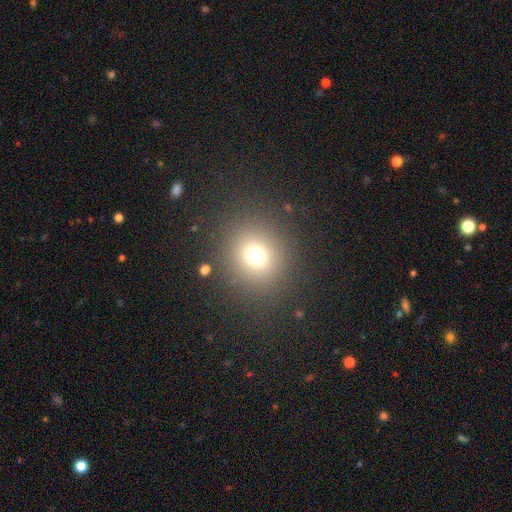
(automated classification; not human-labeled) Q: Smooth or featured?
A: smooth (70%); runner-up: star or artifact (22%)
Q: How rounded?
A: round (88%); runner-up: in between (11%)
Q: Merging?
A: none (86%); runner-up: minor disturbance (7%)